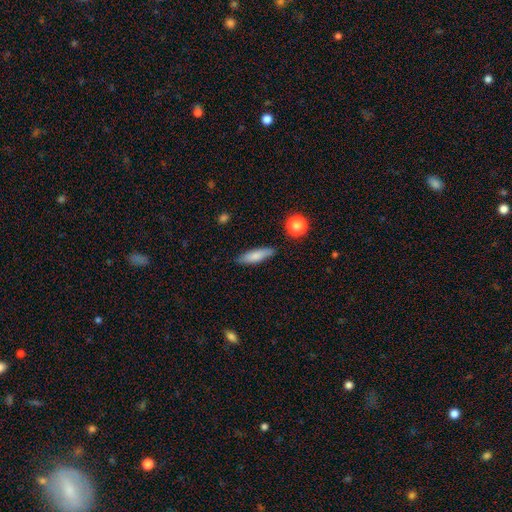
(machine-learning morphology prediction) type=smooth (76%); roundness=cigar-shaped (64%); merging=none (82%).